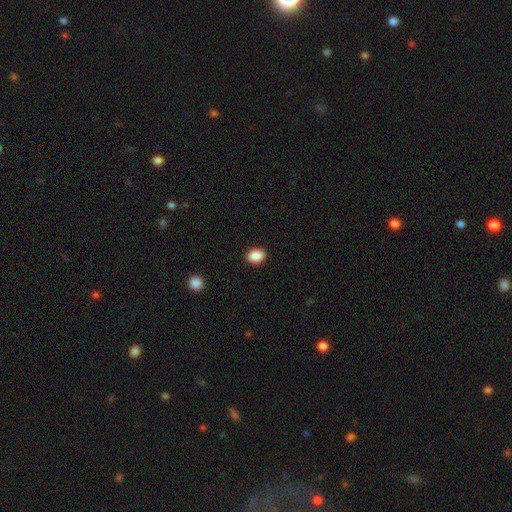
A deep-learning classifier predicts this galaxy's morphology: This is clearly a smooth galaxy (88%). How rounded: likely in between (69%). Merging: clearly none (90%).